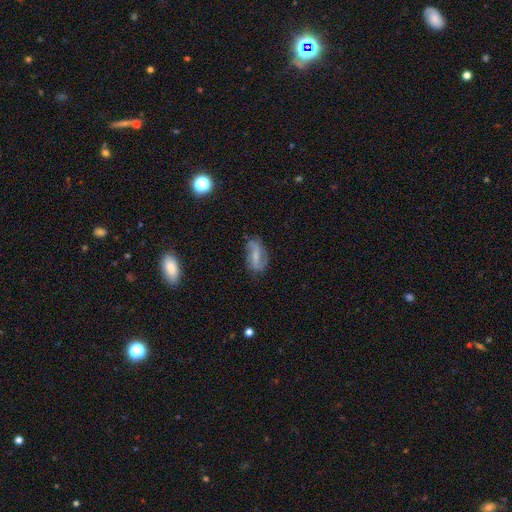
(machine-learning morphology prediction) featured or disk 64%, smooth 28%, star or artifact 9%. Down the decision tree: edge-on disk — no (94%); bar — weak (40%); spiral arms — yes (85%); spiral arm count — 2 (85%); spiral winding — loose (54%); bulge size — small (42%); merging — none (69%).